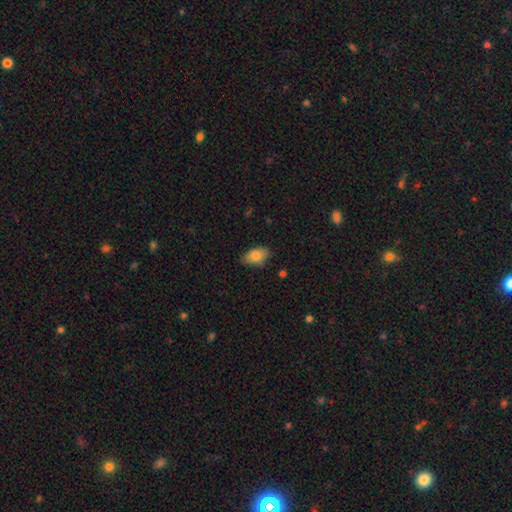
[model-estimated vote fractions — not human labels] smooth 80%, featured or disk 12%, star or artifact 7%. Down the decision tree: how rounded — in between (90%); merging — none (76%).